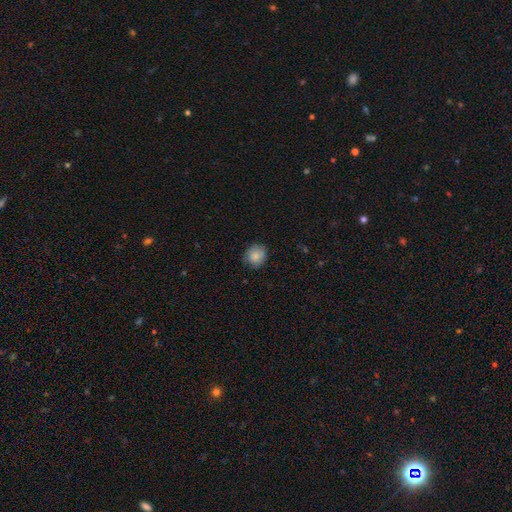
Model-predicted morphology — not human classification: type=smooth (83%); roundness=round (79%); merging=none (77%).